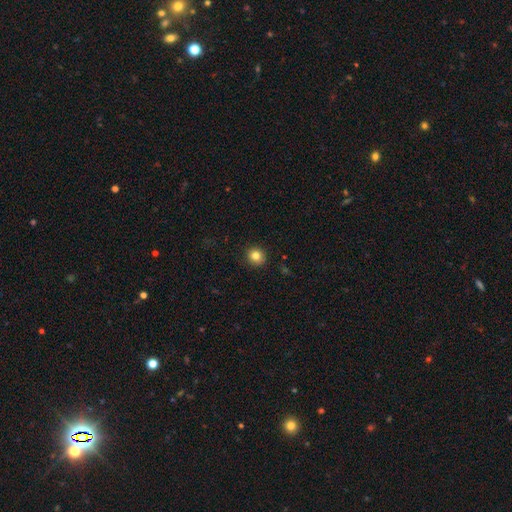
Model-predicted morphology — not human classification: smooth 83%, star or artifact 11%, featured or disk 6%. Down the decision tree: how rounded — round (90%); merging — none (92%).